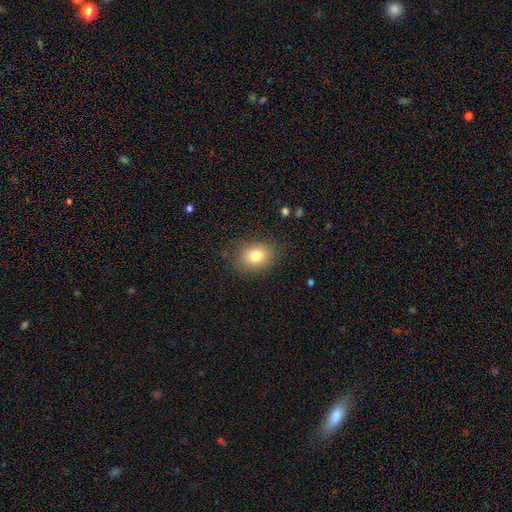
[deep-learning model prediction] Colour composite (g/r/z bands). It shows a smooth galaxy with no disk features (80%) that is in between round and cigar-shaped (58%). Merging: none (84%).